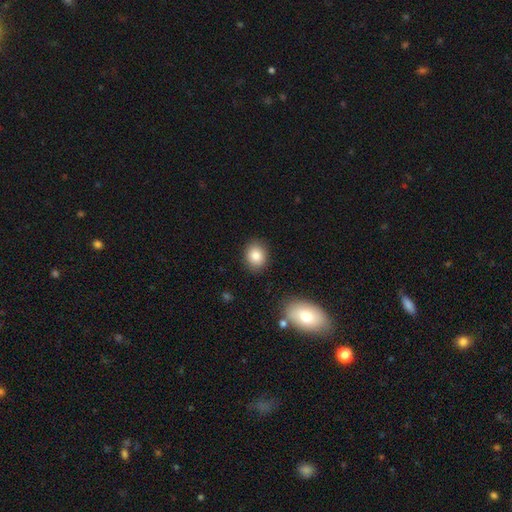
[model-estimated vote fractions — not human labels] Smooth or featured? smooth (85%)
How rounded? round (62%)
Merging? none (87%)